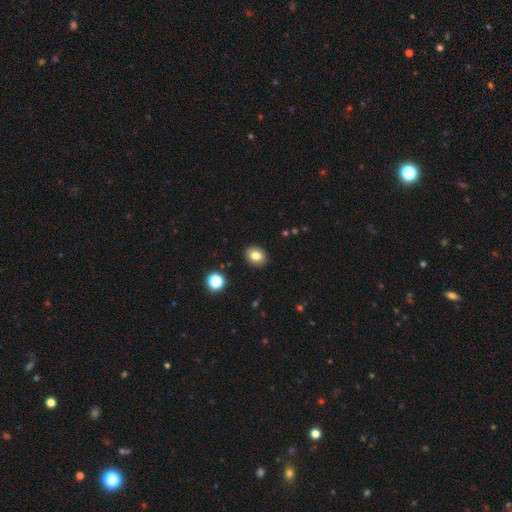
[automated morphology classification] Q: Smooth or featured?
A: smooth (81%); runner-up: star or artifact (11%)
Q: How rounded?
A: round (58%); runner-up: in between (41%)
Q: Merging?
A: none (90%); runner-up: minor disturbance (7%)